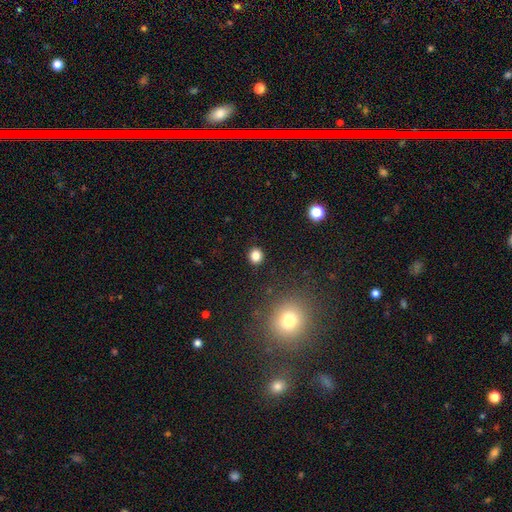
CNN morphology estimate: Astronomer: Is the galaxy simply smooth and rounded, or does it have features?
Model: smooth — 84%.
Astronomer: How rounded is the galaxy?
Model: round — 81%.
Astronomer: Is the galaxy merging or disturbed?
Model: none — 90%.